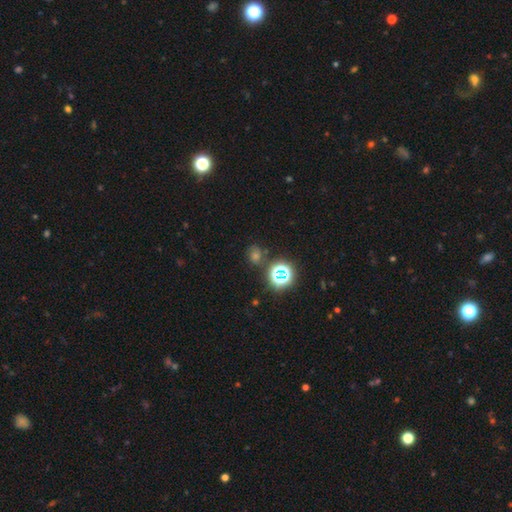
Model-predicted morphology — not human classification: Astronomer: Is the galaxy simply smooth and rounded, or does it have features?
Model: star or artifact — 53% (runner-up: smooth, 39%).